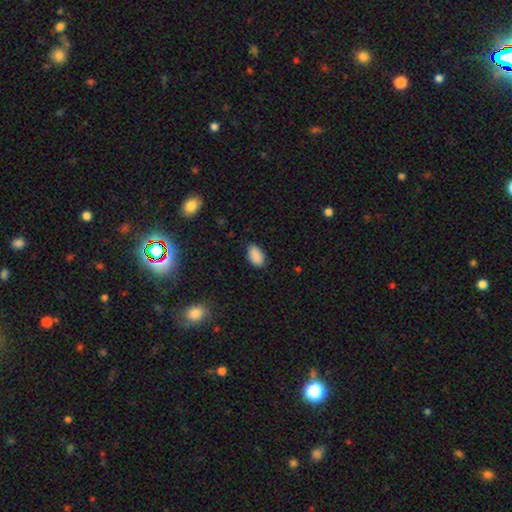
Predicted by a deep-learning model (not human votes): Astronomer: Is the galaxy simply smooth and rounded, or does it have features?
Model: smooth — 89%.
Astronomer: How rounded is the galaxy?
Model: in between — 92%.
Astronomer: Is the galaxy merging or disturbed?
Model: none — 83%.